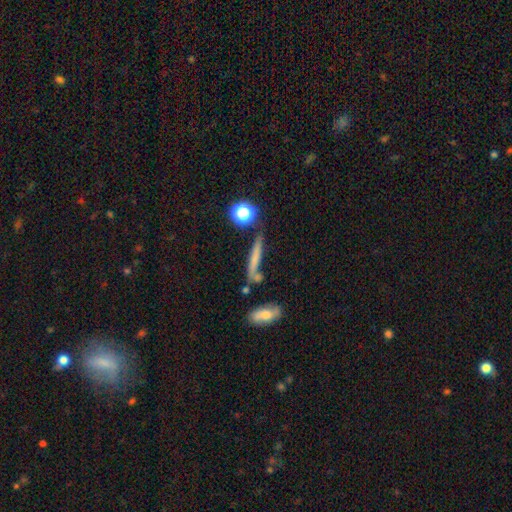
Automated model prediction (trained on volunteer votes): smooth_or_featured: smooth (p=0.59) [alt: featured or disk p=0.28]
how_rounded: cigar-shaped (p=0.81) [alt: in between p=0.11]
merging: none (p=0.65) [alt: minor disturbance p=0.16]